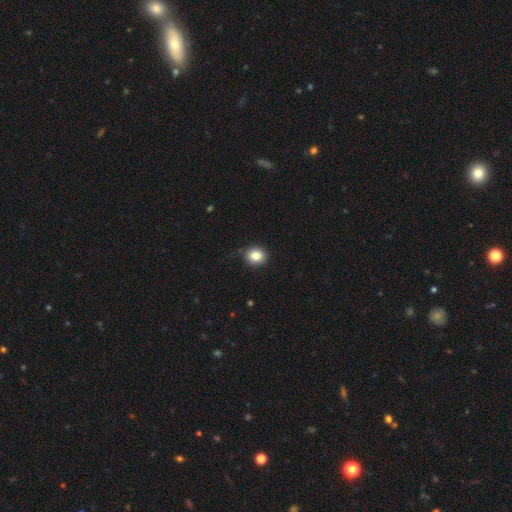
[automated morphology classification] Smooth or featured? Predicted: smooth (p=0.84). How rounded? Predicted: round (p=0.76). Merging? Predicted: none (p=0.86).